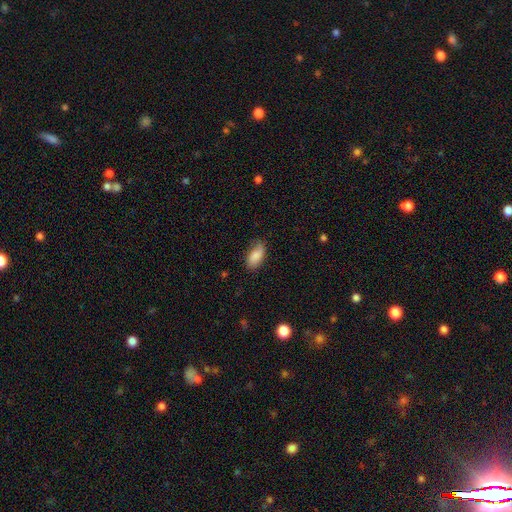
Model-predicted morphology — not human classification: Smooth or featured? Predicted: smooth (p=0.81). How rounded? Predicted: in between (p=0.92). Merging? Predicted: none (p=0.75).